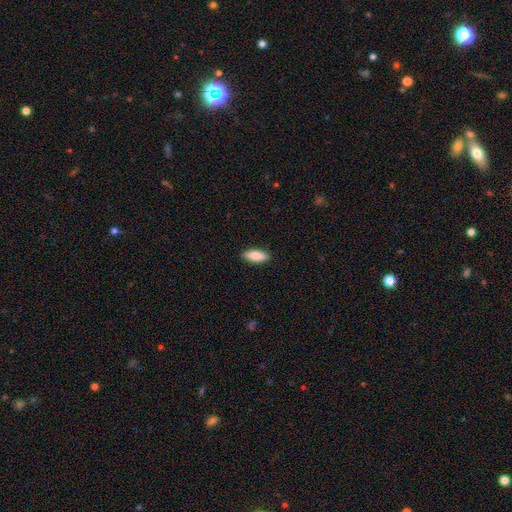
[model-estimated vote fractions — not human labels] Smooth or featured?
  - smooth: 85% *
  - featured or disk: 10%
  - star or artifact: 6%
How rounded?
  - in between: 72% *
  - cigar-shaped: 26%
  - round: 2%
Merging?
  - none: 89% *
  - minor disturbance: 8%
  - major disturbance: 2%
  - merger: 1%